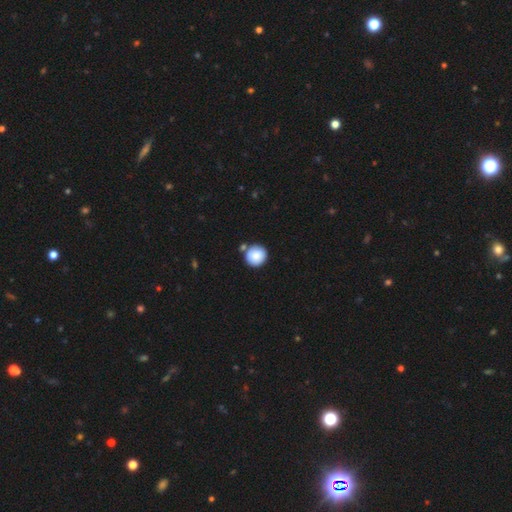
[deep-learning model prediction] This is clearly a smooth galaxy (86%). How rounded: clearly round (92%). Merging: likely none (73%).